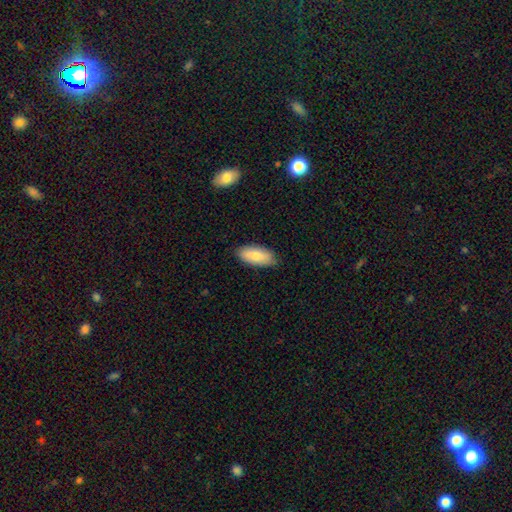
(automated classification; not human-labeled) smooth-or-featured: smooth: 79% | featured or disk: 15% | star or artifact: 6%
  how-rounded: in between: 90% | cigar-shaped: 8% | round: 2%
  merging: none: 84% | minor disturbance: 13% | major disturbance: 2% | merger: 1%